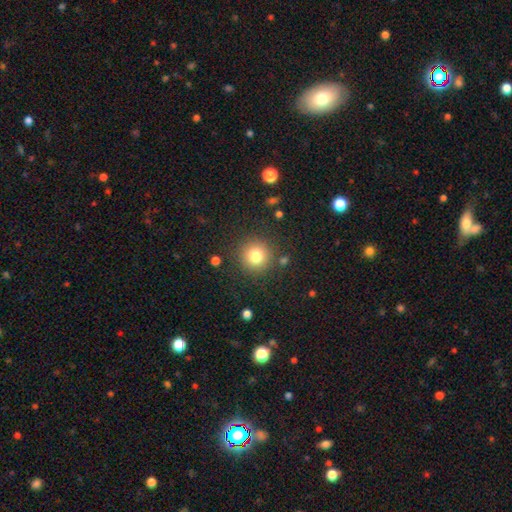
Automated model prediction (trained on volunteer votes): This appears to be a smooth galaxy with no disk features (79%) that is round (94%). Merging: none (87%).